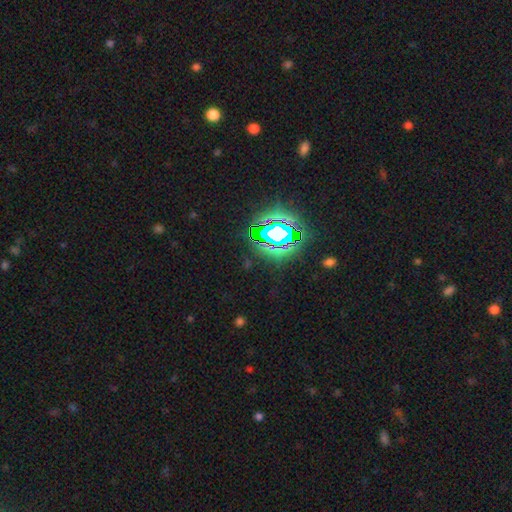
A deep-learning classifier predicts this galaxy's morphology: Smooth or featured? Predicted: star or artifact (p=0.80).